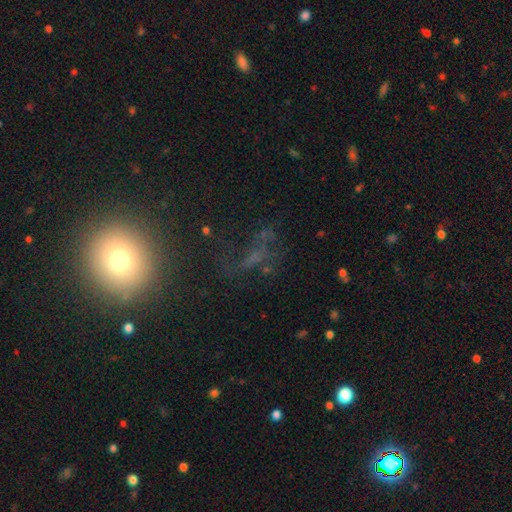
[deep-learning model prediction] star or artifact 38%, smooth 36%, featured or disk 26%.